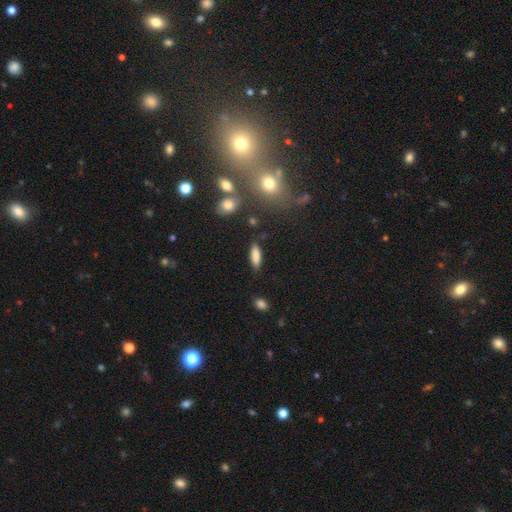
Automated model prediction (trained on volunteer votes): Morphology: type=smooth (81%); roundness=in between (52%); merging=none (81%).